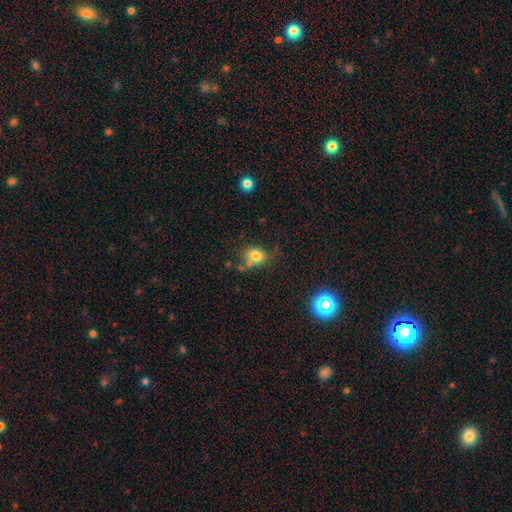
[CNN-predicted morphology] A smooth galaxy with no disk features (78%) that is round (53%). Merging: none (62%).